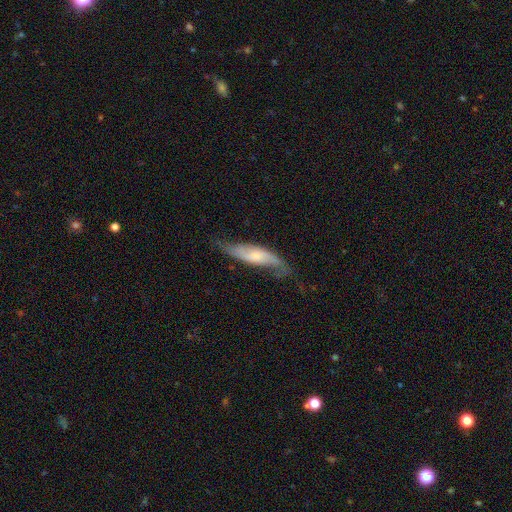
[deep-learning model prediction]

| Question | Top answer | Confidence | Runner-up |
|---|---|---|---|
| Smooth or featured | featured or disk | 59% | smooth (34%) |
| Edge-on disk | no | 71% | yes (29%) |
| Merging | none | 58% | minor disturbance (29%) |